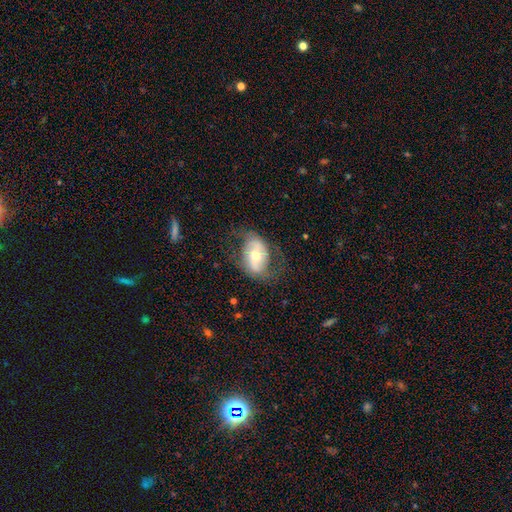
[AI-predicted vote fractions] Q: Smooth or featured?
A: featured or disk (65%); runner-up: smooth (29%)
Q: Edge-on disk?
A: no (94%); runner-up: yes (6%)
Q: Bar?
A: no (43%); runner-up: weak (33%)
Q: Spiral arms?
A: yes (71%); runner-up: no (29%)
Q: Bulge size?
A: moderate (64%); runner-up: small (29%)
Q: Merging?
A: none (62%); runner-up: minor disturbance (21%)